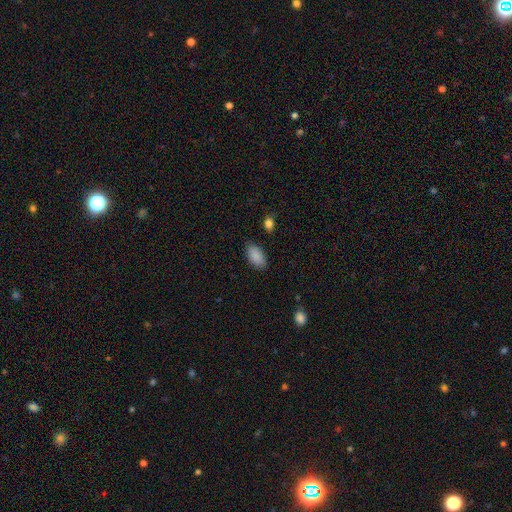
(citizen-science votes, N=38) Smooth or featured: smooth — 87% (featured or disk — 8%)
How rounded: in between — 85% (cigar-shaped — 9%)
Merging: none — 89% (minor disturbance — 6%)